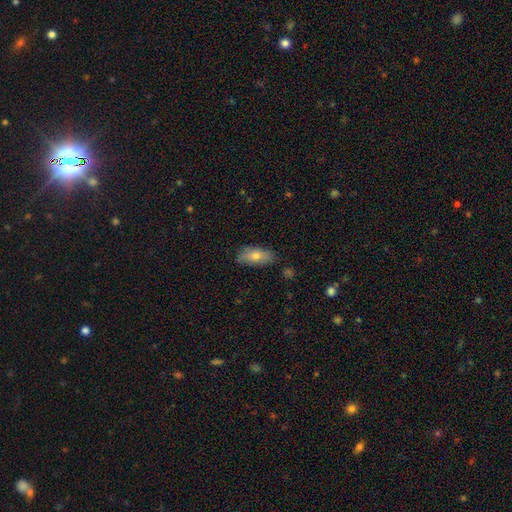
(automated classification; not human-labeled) The model was most divided on "smooth or featured": smooth: 70%, featured or disk: 22%, star or artifact: 7%. More confident: how rounded — in between (82%); merging — none (79%).